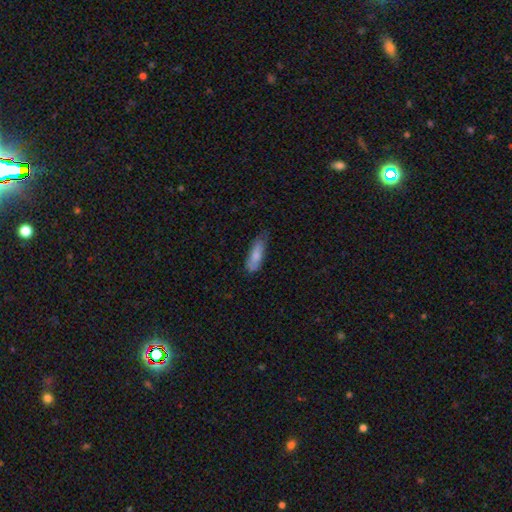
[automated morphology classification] This appears to be a smooth galaxy with no disk features (78%) that is in between round and cigar-shaped (55%). Merging: none (57%).